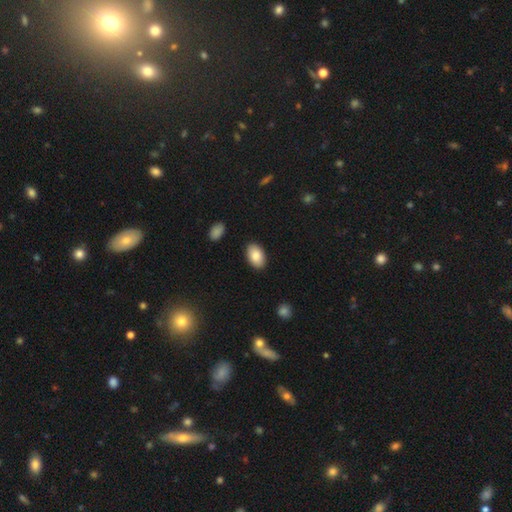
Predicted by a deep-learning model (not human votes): Smooth or featured: smooth — 86% (featured or disk — 7%)
How rounded: in between — 93% (round — 6%)
Merging: none — 88% (minor disturbance — 9%)